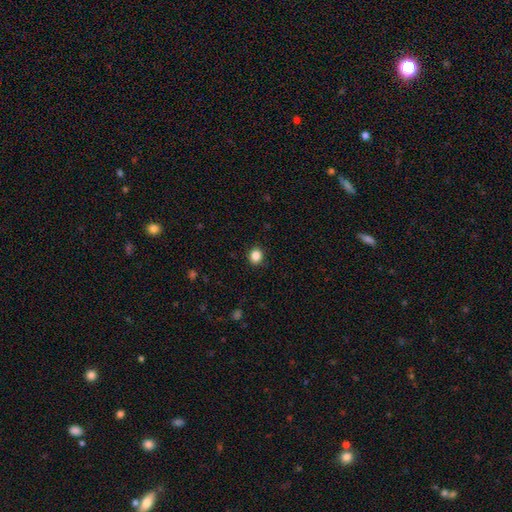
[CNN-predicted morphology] type=smooth (86%); roundness=round (79%); merging=none (91%).